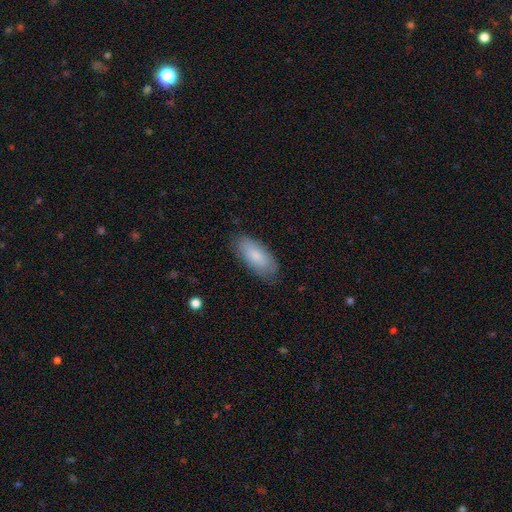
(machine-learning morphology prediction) The model was most divided on "merging": none: 80%, minor disturbance: 15%, major disturbance: 3%, merger: 1%. More confident: how rounded — in between (86%); smooth or featured — smooth (82%).